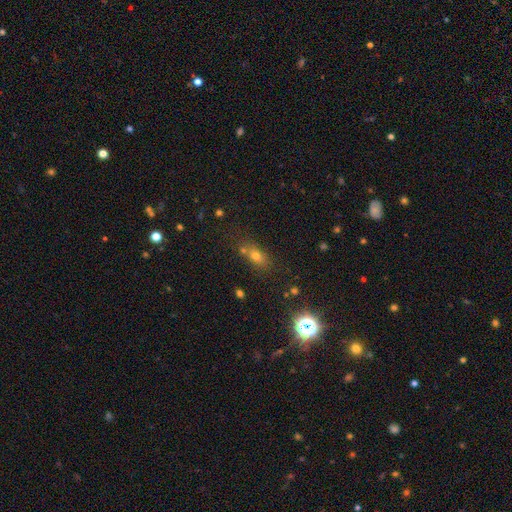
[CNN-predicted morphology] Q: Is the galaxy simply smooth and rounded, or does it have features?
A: smooth — 60%.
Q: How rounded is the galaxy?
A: in between — 60%.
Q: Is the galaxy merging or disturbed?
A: none — 64%.